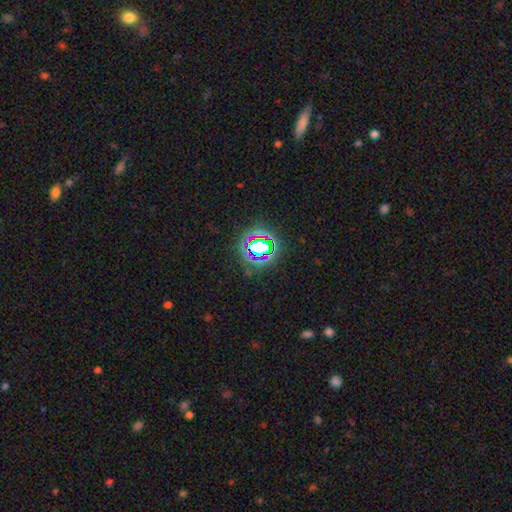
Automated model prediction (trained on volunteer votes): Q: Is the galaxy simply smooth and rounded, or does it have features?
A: star or artifact — 73%.